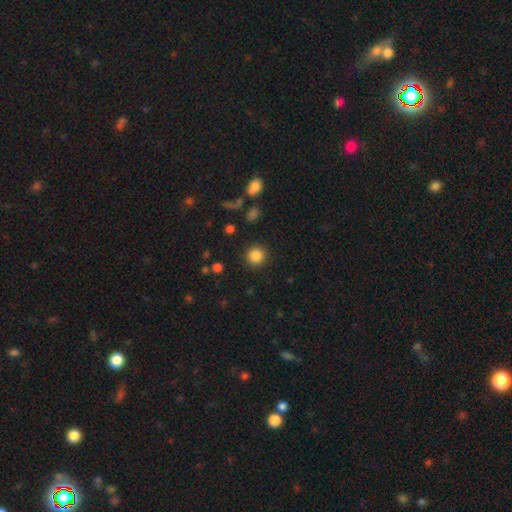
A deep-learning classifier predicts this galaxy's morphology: Smooth or featured? smooth (85%)
How rounded? round (92%)
Merging? none (91%)